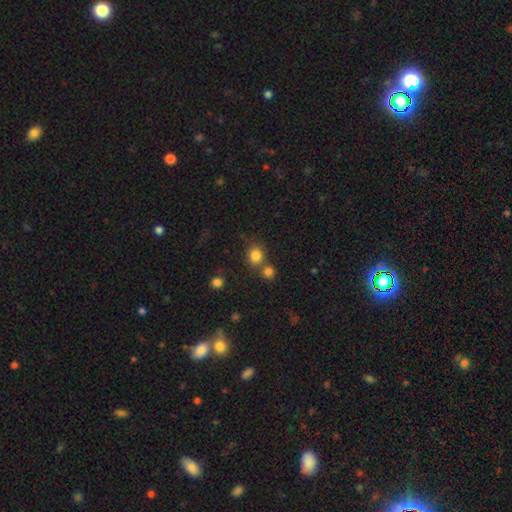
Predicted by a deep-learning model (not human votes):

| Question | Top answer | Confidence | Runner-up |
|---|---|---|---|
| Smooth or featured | smooth | 81% | star or artifact (13%) |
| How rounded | round | 83% | in between (16%) |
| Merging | none | 60% | merger (28%) |